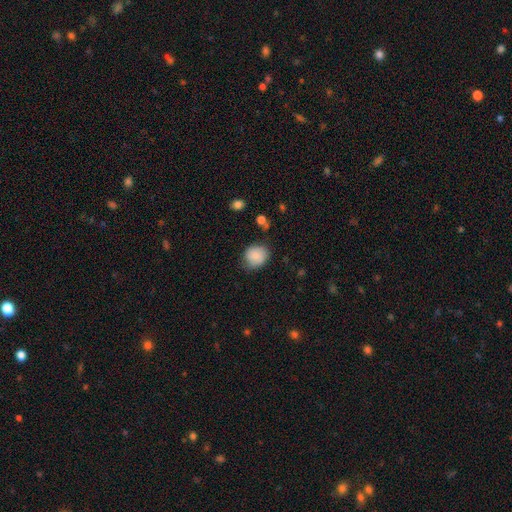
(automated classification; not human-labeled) smooth_or_featured: smooth (p=0.83) [alt: featured or disk p=0.08]
how_rounded: round (p=0.73) [alt: in between p=0.26]
merging: none (p=0.71) [alt: minor disturbance p=0.22]